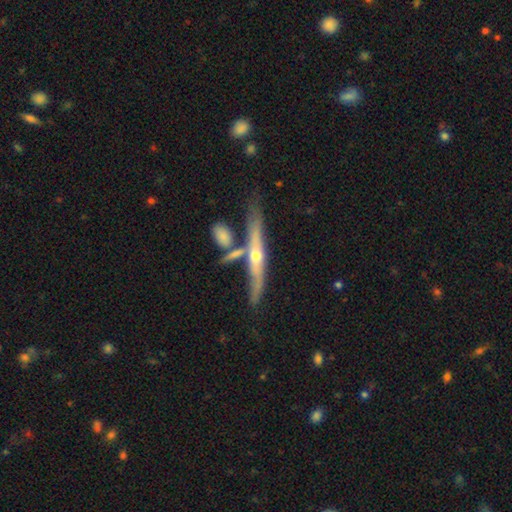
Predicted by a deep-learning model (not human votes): Smooth or featured? featured or disk (69%)
Edge-on disk? yes (88%)
Edge-on bulge? rounded (84%)
Merging? none (60%)